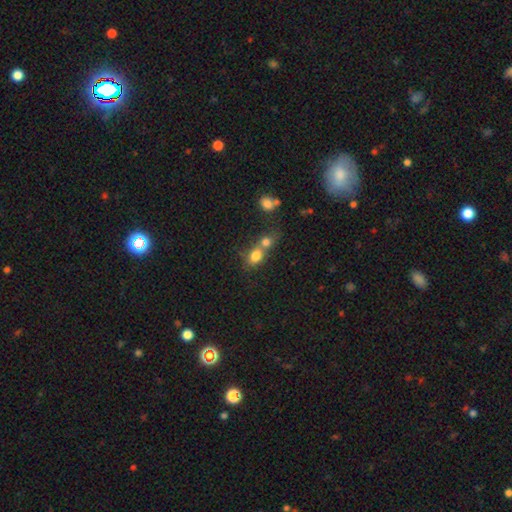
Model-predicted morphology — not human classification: The model was most divided on "how rounded": in between: 51%, round: 47%, cigar-shaped: 2%. More confident: smooth or featured — smooth (77%); merging — merger (62%).